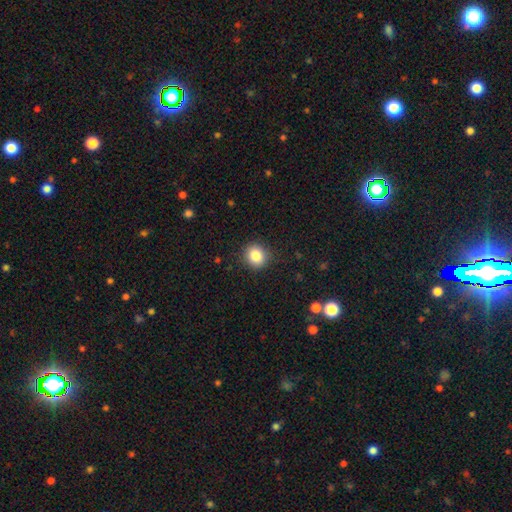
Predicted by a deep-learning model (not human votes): Q: Smooth or featured?
A: smooth (84%); runner-up: star or artifact (10%)
Q: How rounded?
A: round (85%); runner-up: in between (14%)
Q: Merging?
A: none (89%); runner-up: minor disturbance (7%)